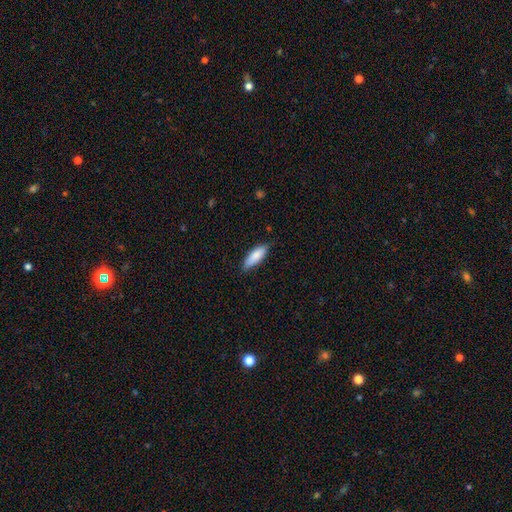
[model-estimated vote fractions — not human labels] Overall: smooth (84%). How rounded: in between (60%; cigar-shaped 38%). Merging: none (81%).